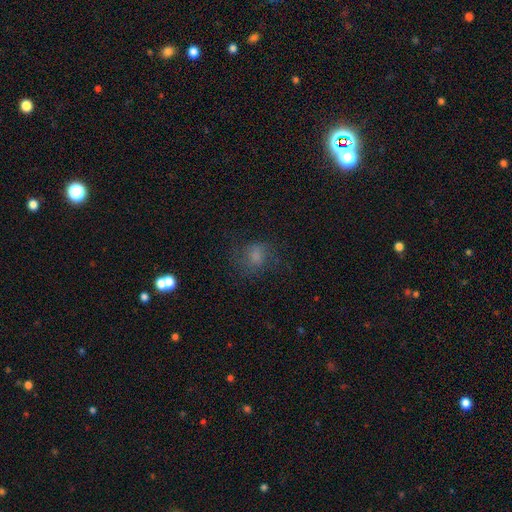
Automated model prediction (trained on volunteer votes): Smooth or featured? smooth (49%)
Merging? none (63%)